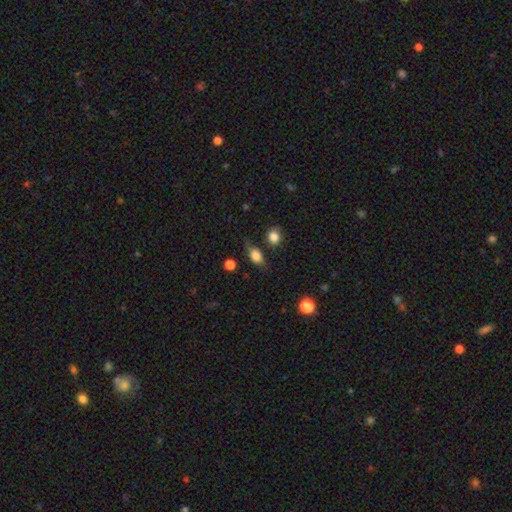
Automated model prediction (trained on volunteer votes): smooth_or_featured: smooth (p=0.78) [alt: featured or disk p=0.12]
how_rounded: in between (p=0.73) [alt: round p=0.21]
merging: none (p=0.63) [alt: minor disturbance p=0.24]